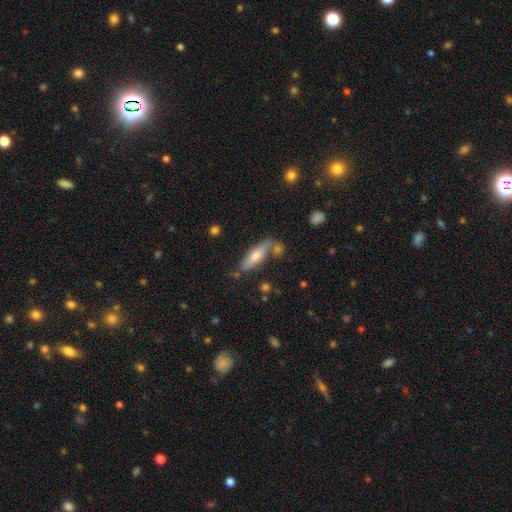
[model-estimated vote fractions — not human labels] Smooth or featured? smooth (58%)
How rounded? cigar-shaped (60%)
Merging? none (66%)